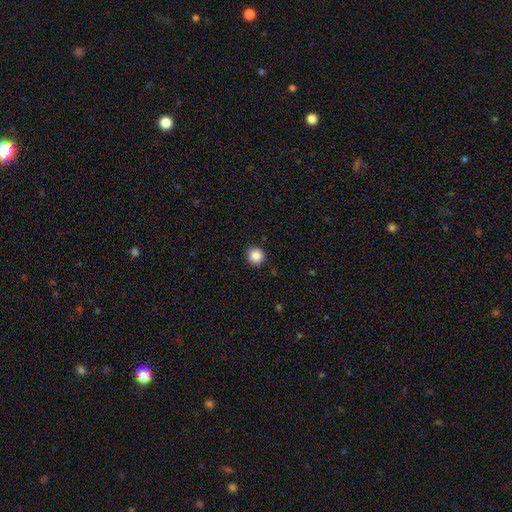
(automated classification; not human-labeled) Smooth or featured?
  - smooth: 88% *
  - star or artifact: 9%
  - featured or disk: 3%
How rounded?
  - round: 93% *
  - in between: 6%
  - cigar-shaped: 1%
Merging?
  - none: 91% *
  - minor disturbance: 6%
  - major disturbance: 2%
  - merger: 1%